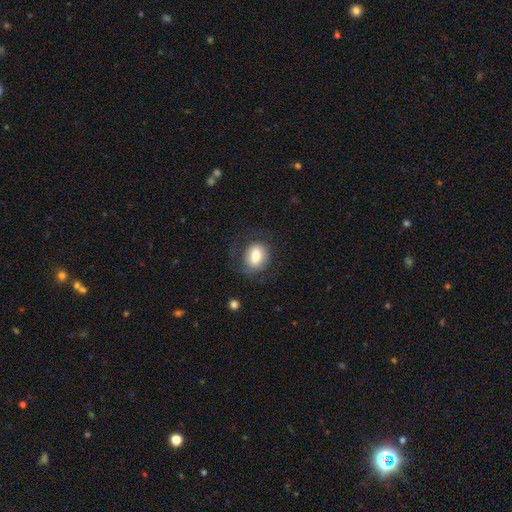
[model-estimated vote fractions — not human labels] Morphology: type=smooth (72%); roundness=in between (52%); merging=none (62%).